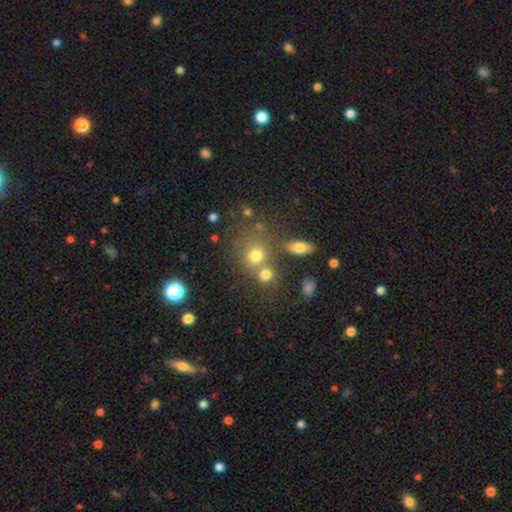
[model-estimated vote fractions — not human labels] This is likely a smooth galaxy (73%). How rounded: likely round (75%). Merging: possibly none (50%).